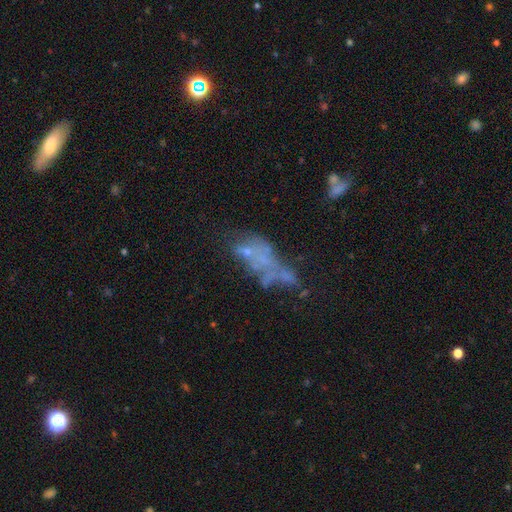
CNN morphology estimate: Smooth or featured?
  - featured or disk: 51% *
  - smooth: 26%
  - star or artifact: 23%
Edge-on disk?
  - no: 93% *
  - yes: 7%
Merging?
  - none: 32% *
  - major disturbance: 28%
  - merger: 24%
  - minor disturbance: 17%